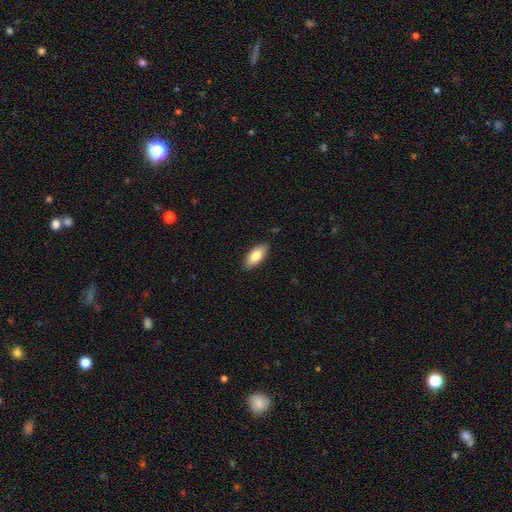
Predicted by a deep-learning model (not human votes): Smooth or featured? Predicted: smooth (p=0.82). How rounded? Predicted: in between (p=0.84). Merging? Predicted: none (p=0.86).